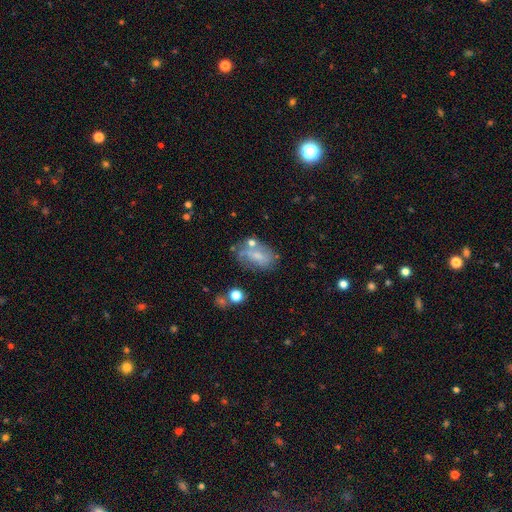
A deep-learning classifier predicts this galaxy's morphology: Smooth or featured? Predicted: smooth (p=0.53). How rounded? Predicted: in between (p=0.86). Merging? Predicted: none (p=0.49).